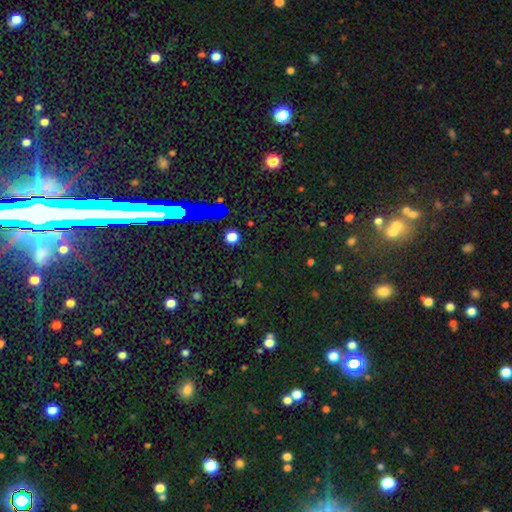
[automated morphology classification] Overall: star or artifact (73%).